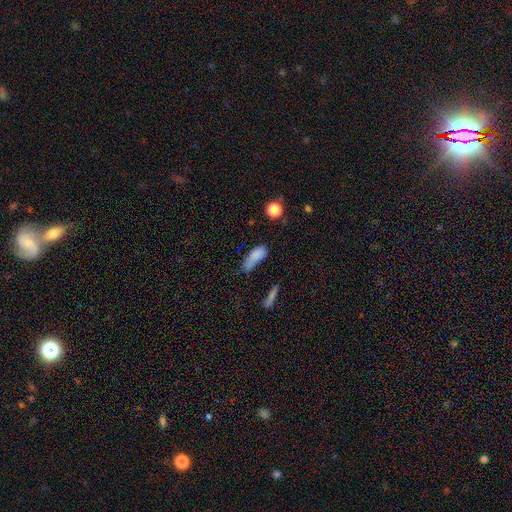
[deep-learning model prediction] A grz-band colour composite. It shows a smooth galaxy with no disk features (78%) that is in between round and cigar-shaped (69%). Merging: none (36%).